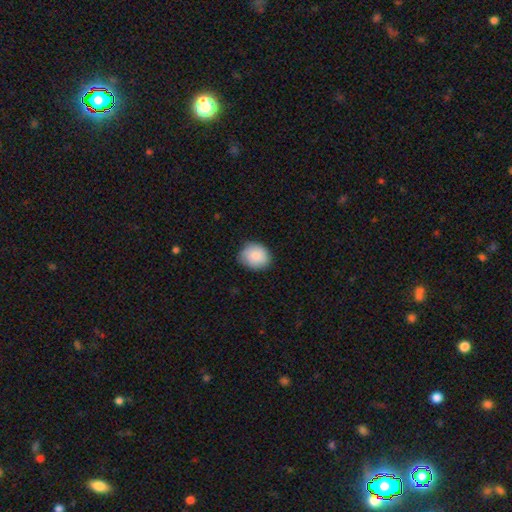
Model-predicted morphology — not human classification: Overall: smooth (86%). How rounded: round (60%; in between 40%). Merging: none (78%).